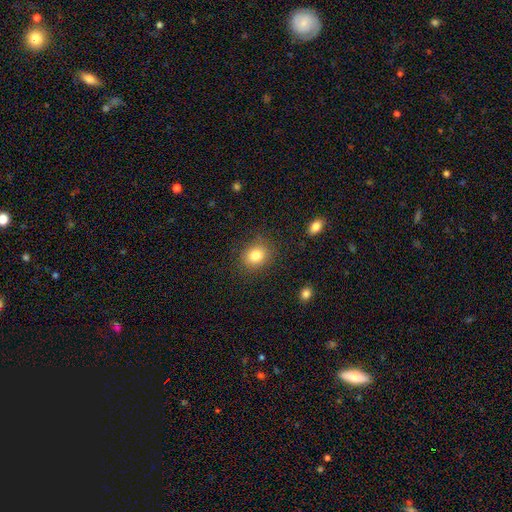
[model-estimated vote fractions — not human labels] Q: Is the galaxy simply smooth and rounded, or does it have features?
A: smooth — 82%.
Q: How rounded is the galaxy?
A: round — 63%.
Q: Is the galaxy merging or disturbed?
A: none — 85%.